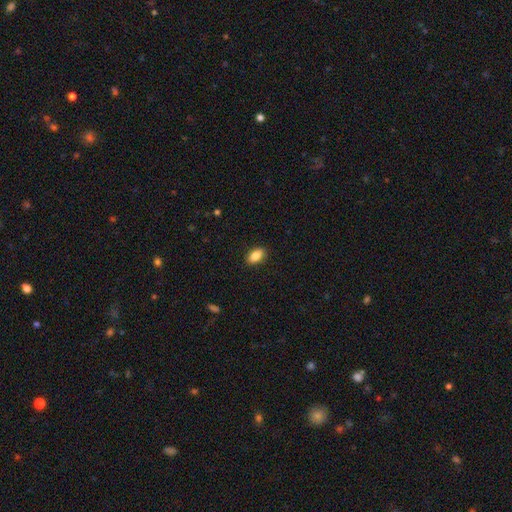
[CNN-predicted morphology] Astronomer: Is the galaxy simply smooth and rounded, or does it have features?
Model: smooth — 85%.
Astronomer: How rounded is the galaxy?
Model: in between — 90%.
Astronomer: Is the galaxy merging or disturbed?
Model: none — 89%.